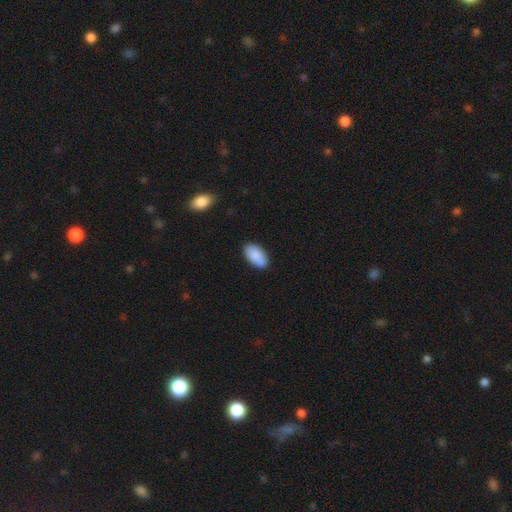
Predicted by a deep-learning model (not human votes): smooth 89%, star or artifact 6%, featured or disk 5%. Down the decision tree: how rounded — in between (95%); merging — none (85%).